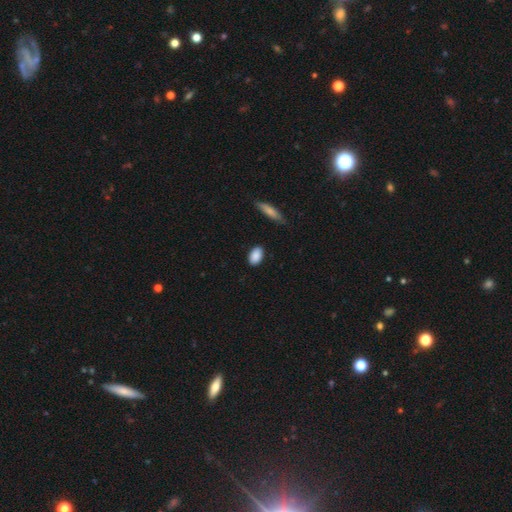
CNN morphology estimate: This appears to be a smooth galaxy with no disk features (89%) that is in between round and cigar-shaped (91%). Merging: none (86%).